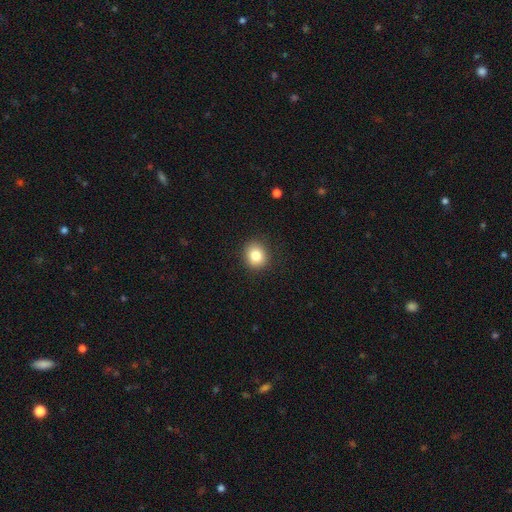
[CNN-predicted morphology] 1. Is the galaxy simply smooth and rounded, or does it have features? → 83% smooth, 10% star or artifact, 7% featured or disk.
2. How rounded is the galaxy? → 78% round, 21% in between, 1% cigar-shaped.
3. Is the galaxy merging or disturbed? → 89% none, 7% minor disturbance, 2% major disturbance, 1% merger.